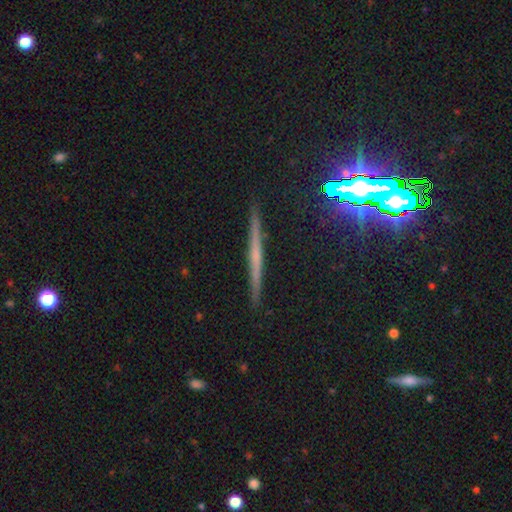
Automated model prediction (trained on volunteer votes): Overall: featured or disk (57%; smooth 25%). Edge-on disk: yes (96%). Edge-on bulge: none (67%). Merging: none (89%).